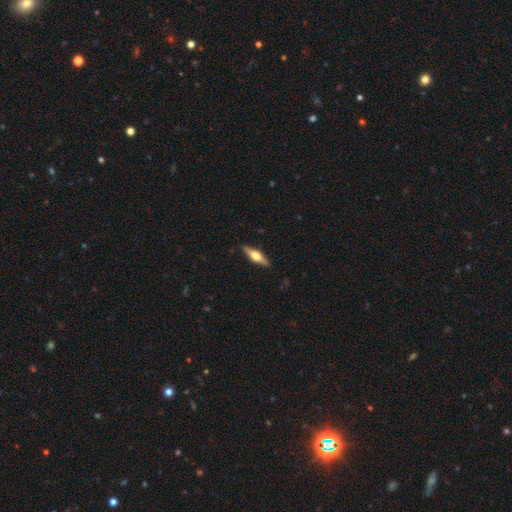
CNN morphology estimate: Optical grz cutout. It shows a featured or disk galaxy (61%) viewed edge-on (95%) with a rounded central bulge (94%). Merging: none (89%).